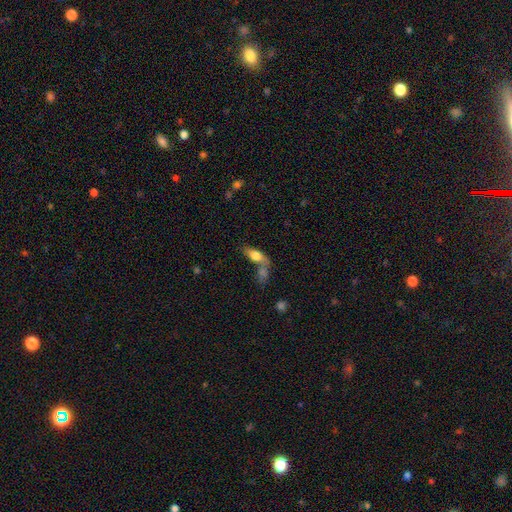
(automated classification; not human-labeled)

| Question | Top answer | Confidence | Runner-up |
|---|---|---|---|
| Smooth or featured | smooth | 68% | featured or disk (24%) |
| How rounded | in between | 74% | cigar-shaped (21%) |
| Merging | merger | 42% | none (38%) |